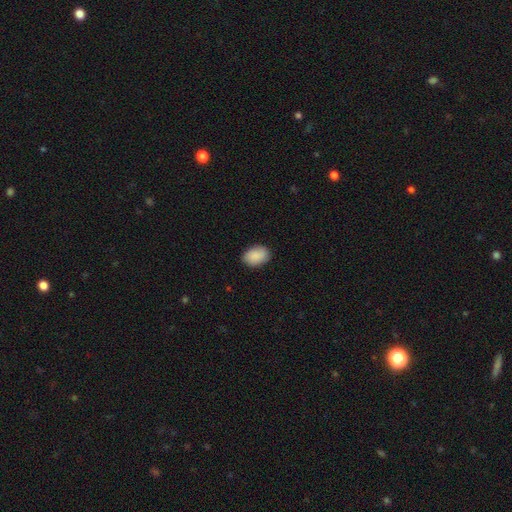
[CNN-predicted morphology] type=smooth (90%); roundness=in between (84%); merging=none (86%).